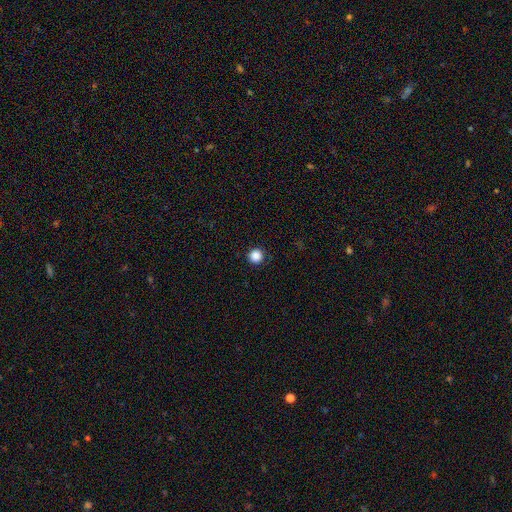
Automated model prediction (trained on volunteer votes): Smooth or featured: smooth — 87% (star or artifact — 10%)
How rounded: round — 97% (in between — 2%)
Merging: none — 91% (minor disturbance — 6%)